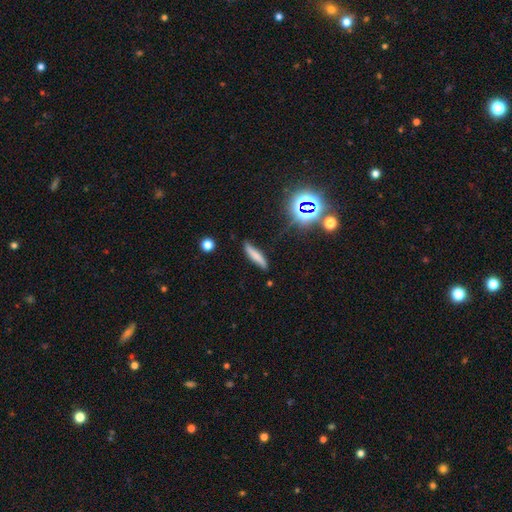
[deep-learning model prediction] smooth-or-featured: smooth: 68% | featured or disk: 20% | star or artifact: 12%
  how-rounded: cigar-shaped: 86% | in between: 12% | round: 2%
  merging: none: 80% | minor disturbance: 14% | major disturbance: 3% | merger: 2%